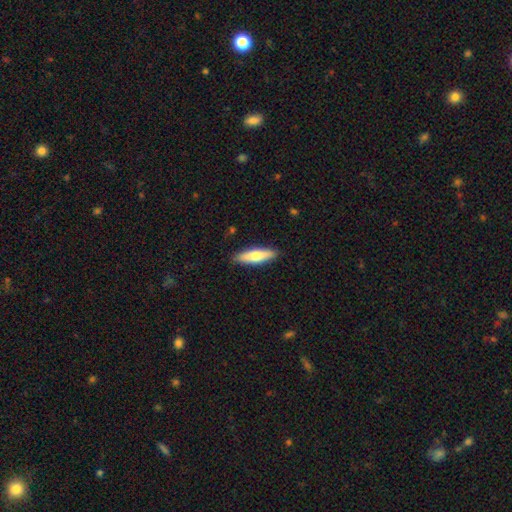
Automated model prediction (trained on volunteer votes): This is likely a smooth galaxy (67%). How rounded: likely cigar-shaped (68%). Merging: clearly none (89%).